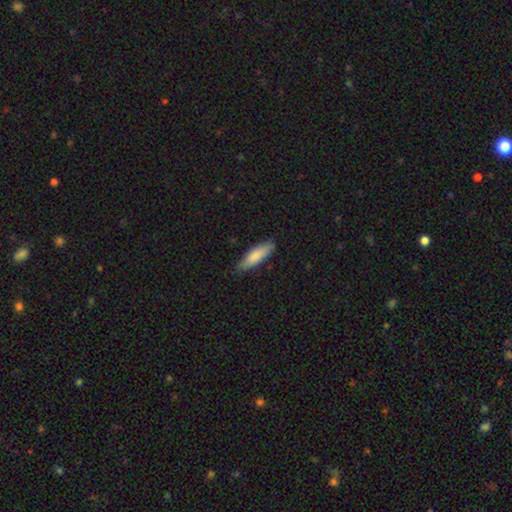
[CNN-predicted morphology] smooth 83%, featured or disk 12%, star or artifact 5%. Down the decision tree: how rounded — cigar-shaped (59%); merging — none (82%).